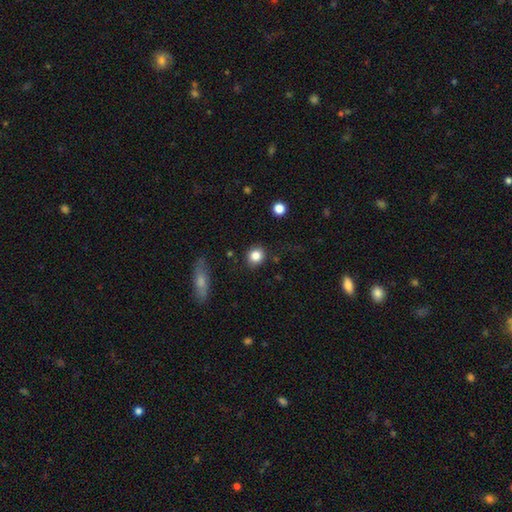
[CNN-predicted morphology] smooth_or_featured: smooth (p=0.84) [alt: star or artifact p=0.10]
how_rounded: round (p=0.81) [alt: in between p=0.18]
merging: none (p=0.86) [alt: minor disturbance p=0.09]